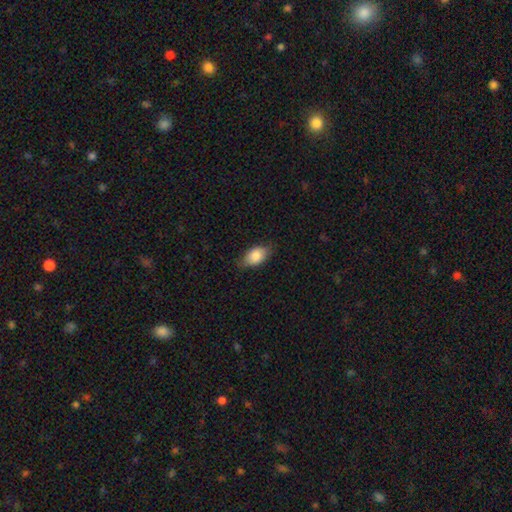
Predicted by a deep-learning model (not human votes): Smooth or featured: smooth — 85% (featured or disk — 8%)
How rounded: in between — 90% (round — 7%)
Merging: none — 76% (minor disturbance — 20%)